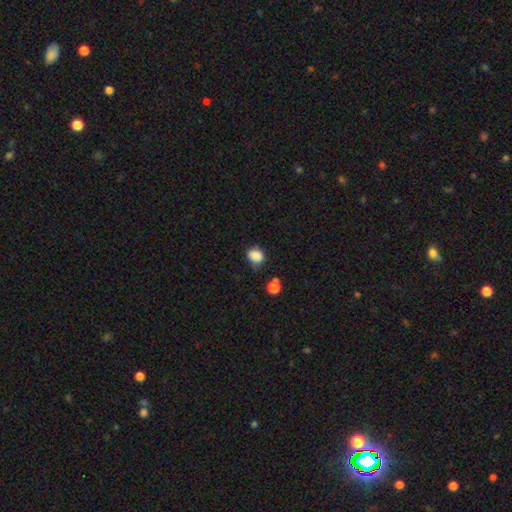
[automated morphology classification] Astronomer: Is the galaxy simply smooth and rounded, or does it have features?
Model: smooth — 85%.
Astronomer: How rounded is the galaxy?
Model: in between — 51% (runner-up: round, 47%).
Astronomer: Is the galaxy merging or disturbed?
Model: none — 64%.